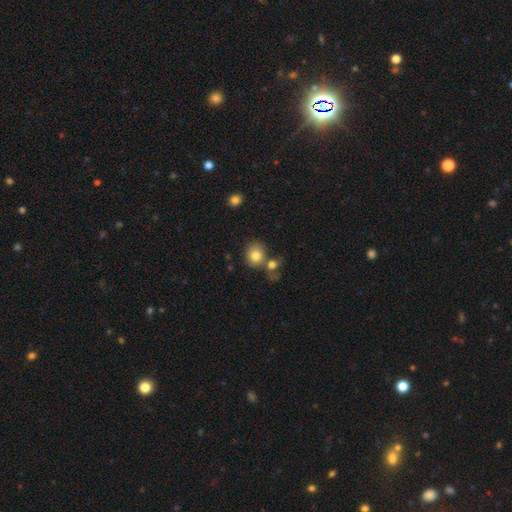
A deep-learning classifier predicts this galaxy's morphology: smooth 81%, featured or disk 10%, star or artifact 9%. Down the decision tree: how rounded — round (77%); merging — none (58%).